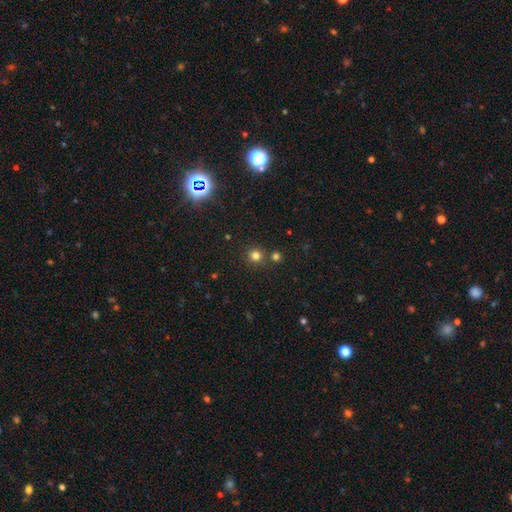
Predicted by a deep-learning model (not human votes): Q: Smooth or featured?
A: smooth (76%); runner-up: star or artifact (18%)
Q: How rounded?
A: round (91%); runner-up: in between (8%)
Q: Merging?
A: none (79%); runner-up: merger (12%)